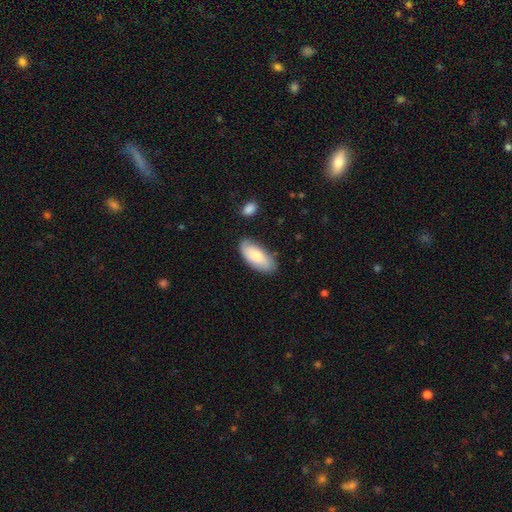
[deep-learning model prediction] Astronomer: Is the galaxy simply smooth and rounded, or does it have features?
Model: smooth — 77%.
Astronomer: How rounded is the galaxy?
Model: in between — 88%.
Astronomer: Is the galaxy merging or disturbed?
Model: none — 77%.